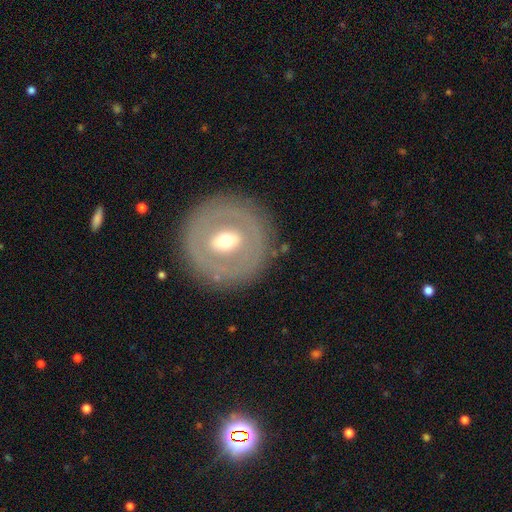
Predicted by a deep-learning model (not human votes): Morphology: type=featured or disk (58%); edge-on=no (93%); bar=no (46%); spiral arms=no (85%); bulge=moderate (67%); merging=none (84%).